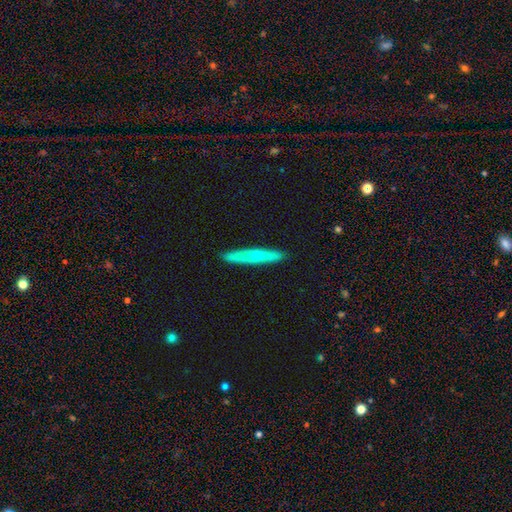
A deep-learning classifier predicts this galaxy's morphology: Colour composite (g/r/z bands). It shows a smooth galaxy with no disk features (50%) that is cigar-shaped (93%). Merging: none (89%).